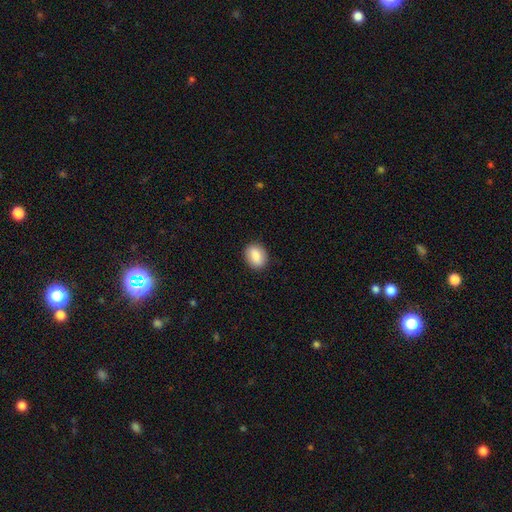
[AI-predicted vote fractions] smooth_or_featured: smooth (p=0.84) [alt: featured or disk p=0.08]
how_rounded: in between (p=0.61) [alt: round p=0.38]
merging: none (p=0.89) [alt: minor disturbance p=0.08]